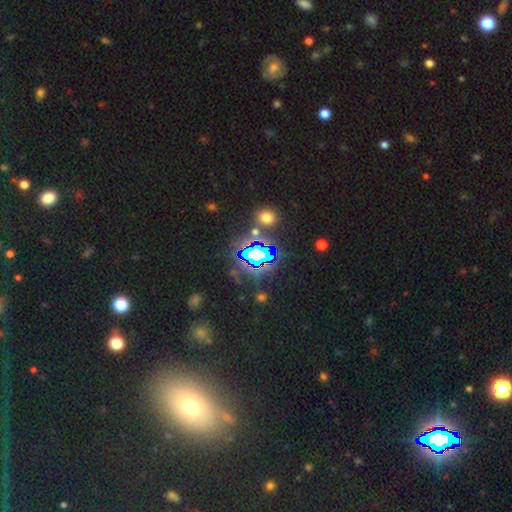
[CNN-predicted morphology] A star or artifact, not a galaxy (73%).

Vote fractions:
- Smooth or featured? star or artifact: 73% / smooth: 17% / featured or disk: 10%